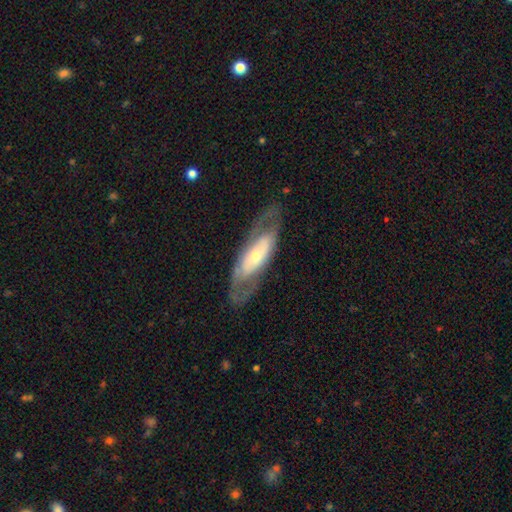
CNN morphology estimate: featured or disk 68%, smooth 26%, star or artifact 5%. Down the decision tree: edge-on disk — no (79%); bar — no (64%); spiral arms — no (52%); bulge size — small (49%); merging — none (74%).